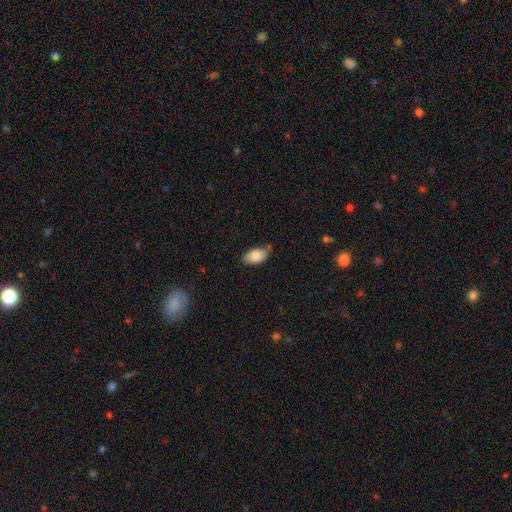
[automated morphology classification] Smooth or featured? Predicted: smooth (p=0.83). How rounded? Predicted: in between (p=0.93). Merging? Predicted: none (p=0.67).